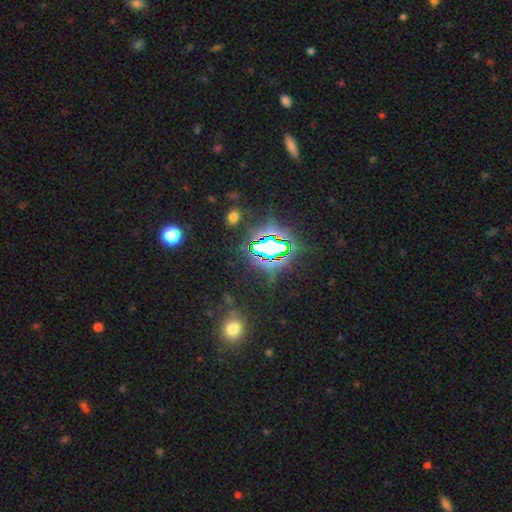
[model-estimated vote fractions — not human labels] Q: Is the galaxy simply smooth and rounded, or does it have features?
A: star or artifact — 77%.